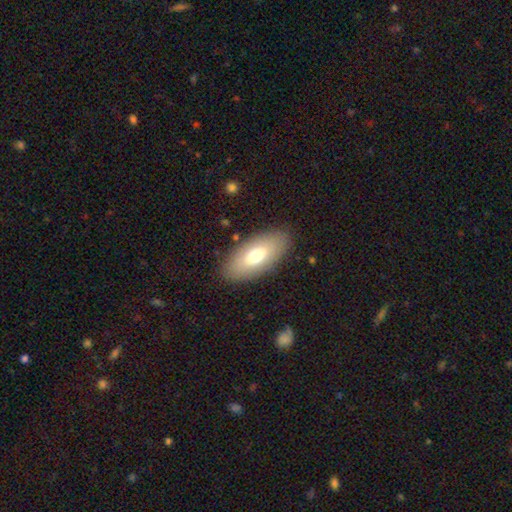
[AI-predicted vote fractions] A smooth galaxy with no disk features (69%) that is in between round and cigar-shaped (88%). Merging: none (86%).